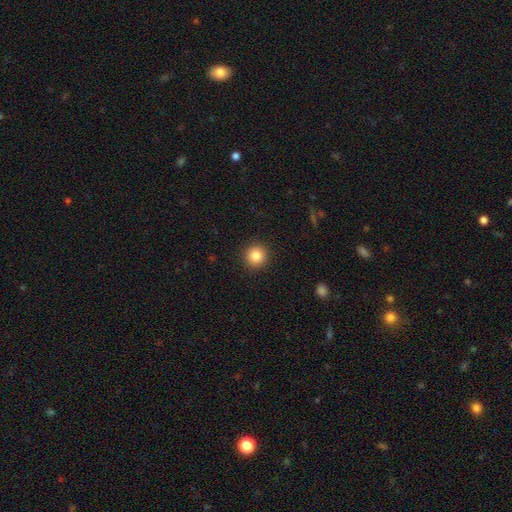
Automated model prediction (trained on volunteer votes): Smooth or featured?
  - smooth: 85% *
  - star or artifact: 10%
  - featured or disk: 5%
How rounded?
  - round: 94% *
  - in between: 5%
  - cigar-shaped: 1%
Merging?
  - none: 92% *
  - minor disturbance: 5%
  - major disturbance: 2%
  - merger: 1%